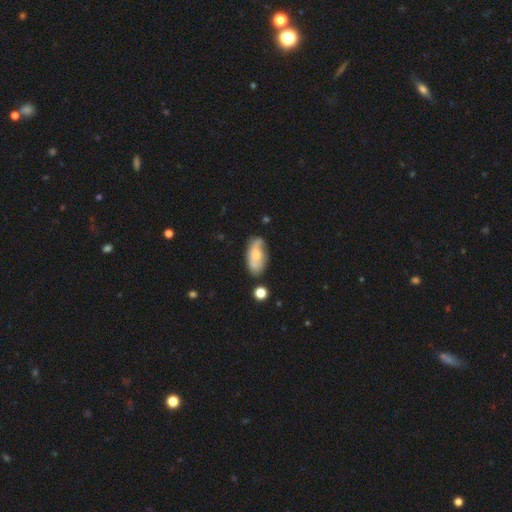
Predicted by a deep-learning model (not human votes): The model was most divided on "smooth or featured": smooth: 52%, featured or disk: 41%, star or artifact: 7%. More confident: how rounded — in between (88%); merging — none (57%).